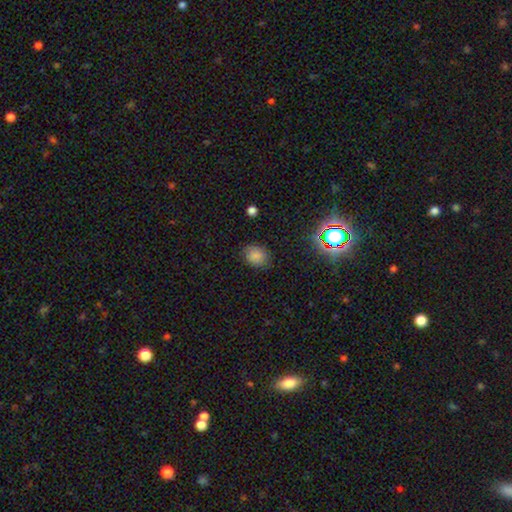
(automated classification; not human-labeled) The model was most divided on "how rounded": round: 54%, in between: 45%, cigar-shaped: 1%. More confident: merging — none (81%); smooth or featured — smooth (78%).